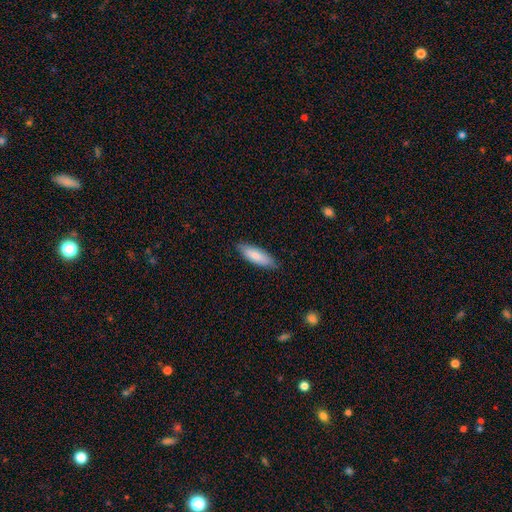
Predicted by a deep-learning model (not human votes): Q: Smooth or featured?
A: smooth (82%); runner-up: featured or disk (13%)
Q: How rounded?
A: in between (57%); runner-up: cigar-shaped (42%)
Q: Merging?
A: none (84%); runner-up: minor disturbance (13%)